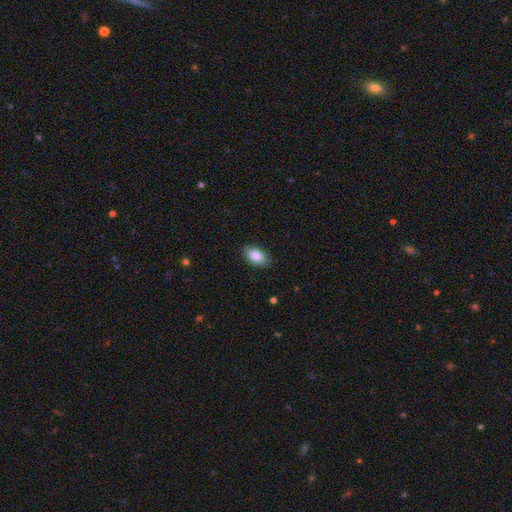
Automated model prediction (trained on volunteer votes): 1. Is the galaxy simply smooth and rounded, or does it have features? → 85% smooth, 8% featured or disk, 7% star or artifact.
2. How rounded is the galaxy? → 92% in between, 6% round, 2% cigar-shaped.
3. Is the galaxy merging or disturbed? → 86% none, 11% minor disturbance, 2% major disturbance, 1% merger.